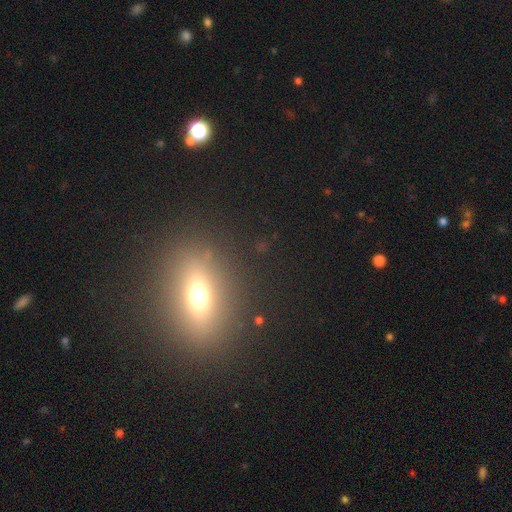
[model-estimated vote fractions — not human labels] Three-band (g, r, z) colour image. It shows a smooth galaxy with no disk features (44%). Merging: none (89%).